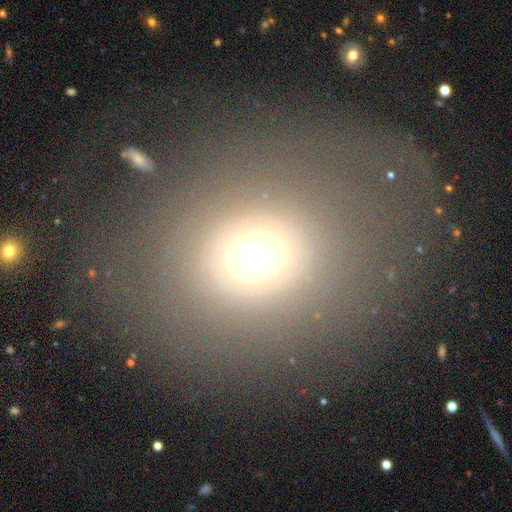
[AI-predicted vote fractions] Overall: smooth (58%; featured or disk 22%). How rounded: round (75%). Merging: none (73%).